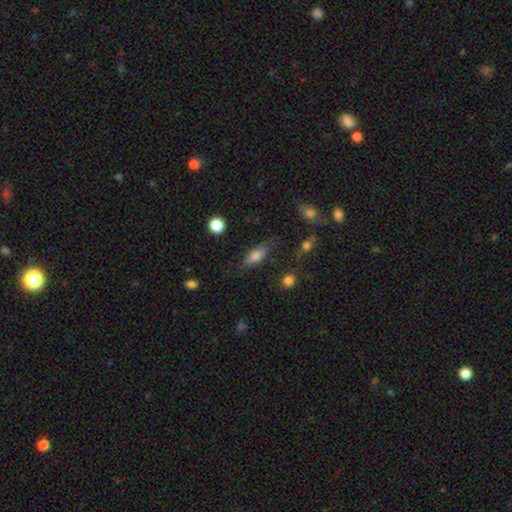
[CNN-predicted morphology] type=smooth (76%); roundness=in between (75%); merging=none (71%).